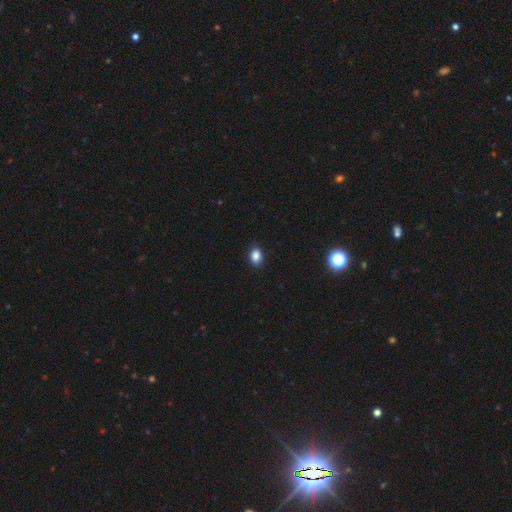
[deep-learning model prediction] Smooth or featured: smooth — 86% (star or artifact — 10%)
How rounded: in between — 74% (round — 25%)
Merging: none — 87% (minor disturbance — 10%)